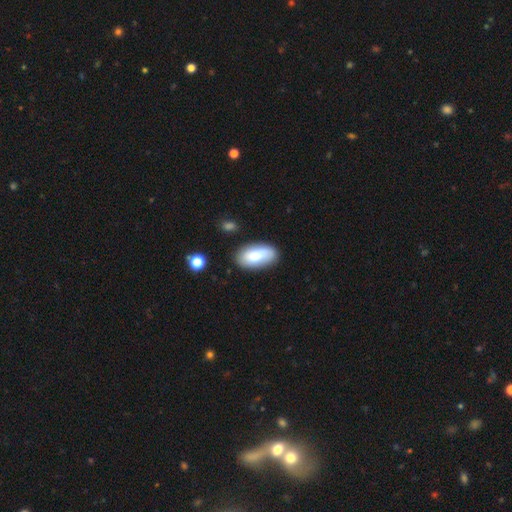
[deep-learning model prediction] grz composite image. It shows a smooth galaxy with no disk features (78%) that is in between round and cigar-shaped (94%). Merging: none (78%).